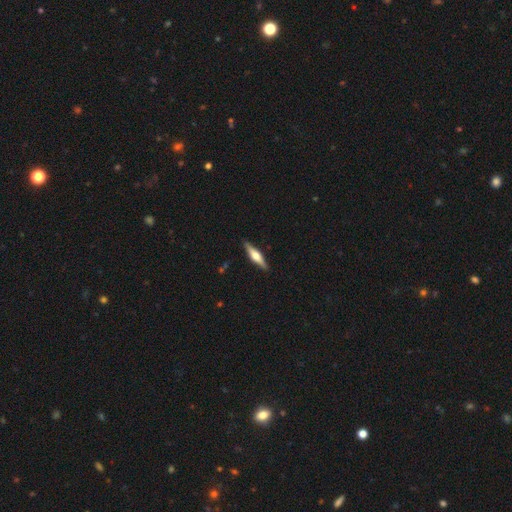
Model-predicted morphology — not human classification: smooth_or_featured: featured or disk (p=0.57) [alt: smooth p=0.38]
disk_edge_on: yes (p=0.96) [alt: no p=0.04]
edge_on_bulge: rounded (p=0.86) [alt: boxy p=0.11]
merging: none (p=0.89) [alt: minor disturbance p=0.08]